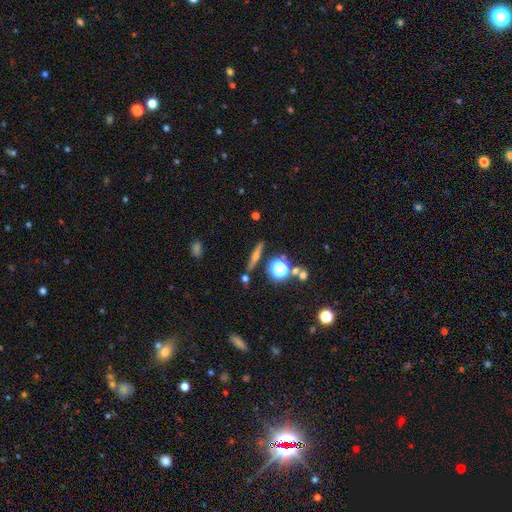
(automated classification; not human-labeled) Smooth or featured? Predicted: featured or disk (p=0.55). Edge-on disk? Predicted: yes (p=0.94). Edge-on bulge? Predicted: rounded (p=0.85). Merging? Predicted: none (p=0.84).